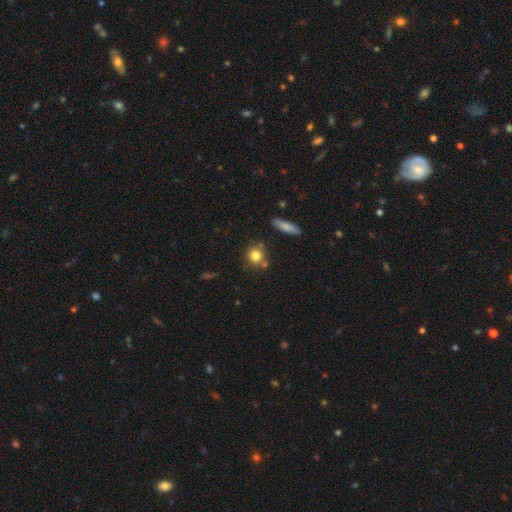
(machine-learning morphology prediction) The model was most divided on "merging": none: 70%, minor disturbance: 13%, merger: 13%, major disturbance: 4%. More confident: smooth or featured — smooth (81%); how rounded — round (80%).